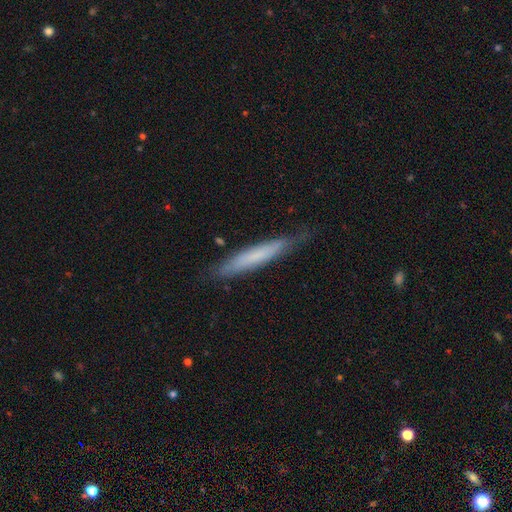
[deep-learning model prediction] This is possibly a smooth galaxy (59%). How rounded: clearly cigar-shaped (93%). Merging: likely none (76%).